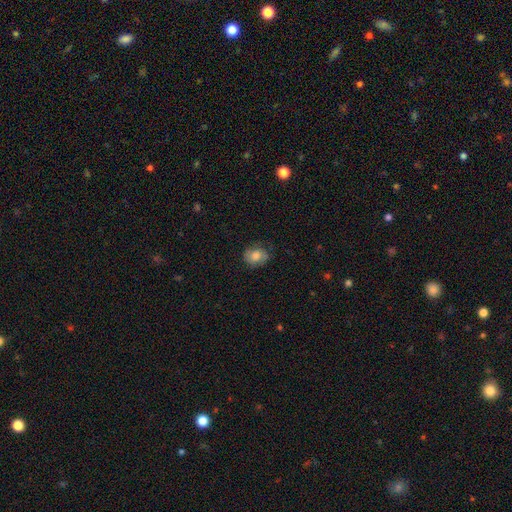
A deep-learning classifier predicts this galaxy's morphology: This appears to be a smooth galaxy with no disk features (71%) that is round (56%). Merging: none (73%).